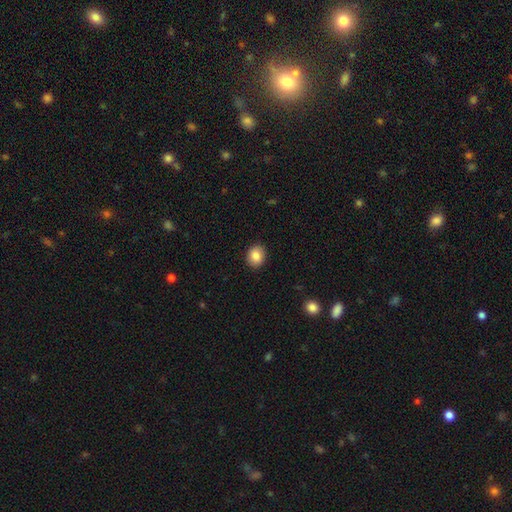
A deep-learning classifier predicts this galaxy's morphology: Q: Smooth or featured?
A: smooth (86%); runner-up: star or artifact (8%)
Q: How rounded?
A: round (59%); runner-up: in between (40%)
Q: Merging?
A: none (90%); runner-up: minor disturbance (7%)